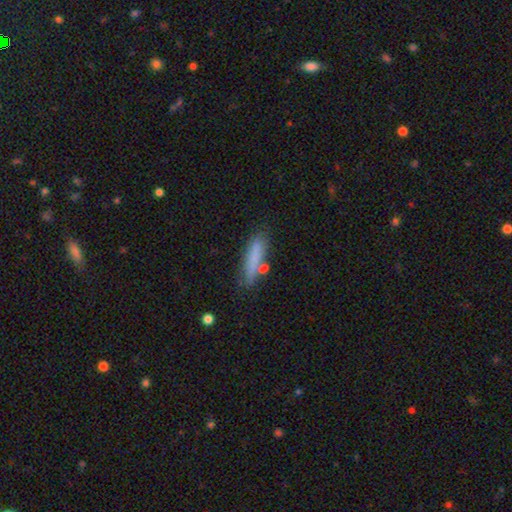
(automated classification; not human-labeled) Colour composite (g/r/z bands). It shows a smooth galaxy with no disk features (76%) that is cigar-shaped (79%). Merging: none (70%).